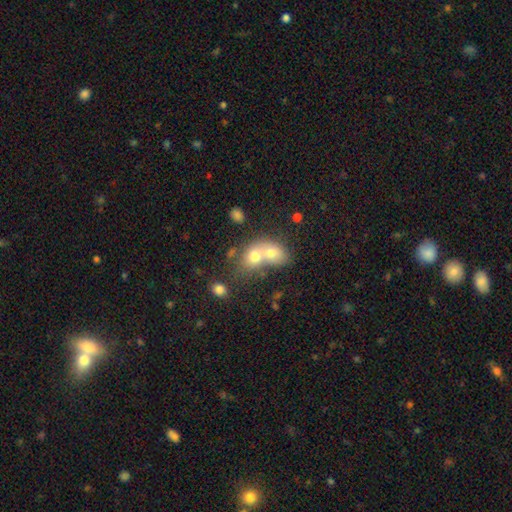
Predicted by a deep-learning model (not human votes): Smooth or featured: smooth — 67% (featured or disk — 23%)
How rounded: in between — 52% (round — 46%)
Merging: merger — 74% (none — 17%)